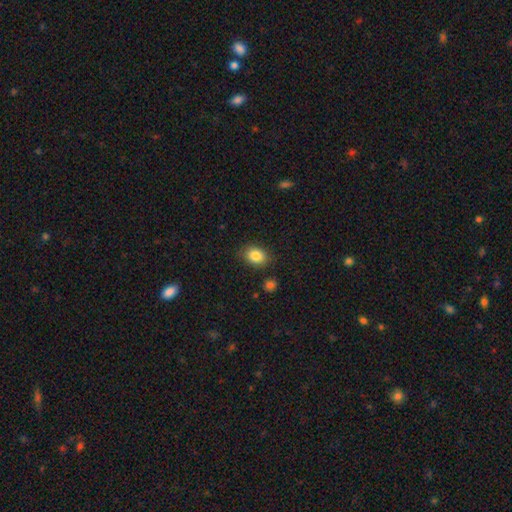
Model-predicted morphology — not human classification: smooth_or_featured: smooth (p=0.85) [alt: star or artifact p=0.09]
how_rounded: in between (p=0.74) [alt: round p=0.25]
merging: none (p=0.82) [alt: minor disturbance p=0.13]